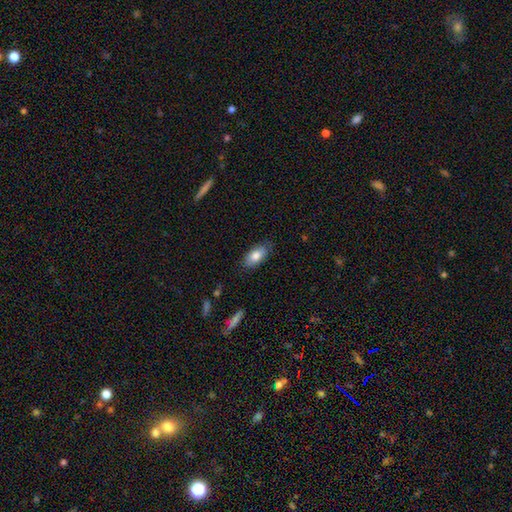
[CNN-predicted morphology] type=smooth (81%); roundness=in between (91%); merging=none (81%).